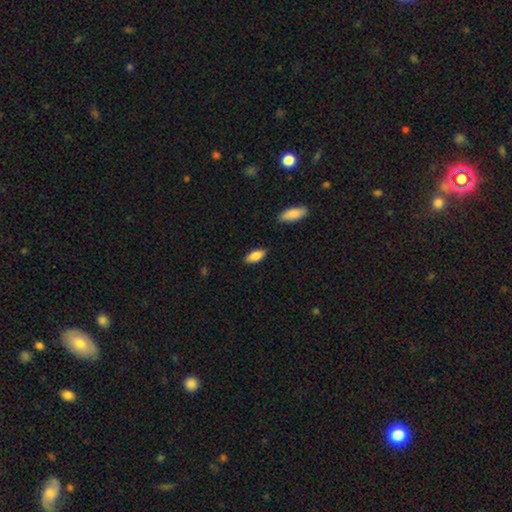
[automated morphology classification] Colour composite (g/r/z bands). It shows a smooth galaxy with no disk features (85%) that is in between round and cigar-shaped (87%). Merging: none (87%).